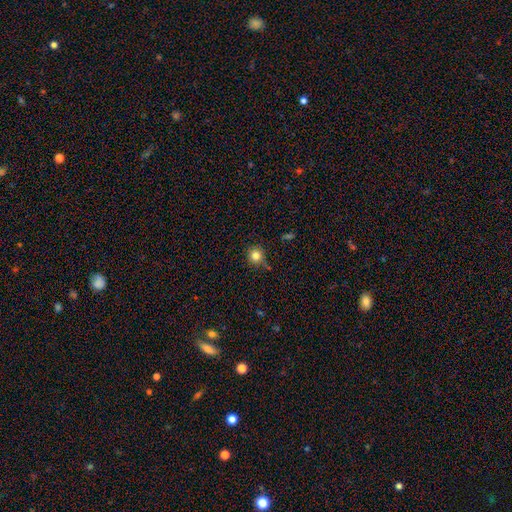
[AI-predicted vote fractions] This appears to be a smooth galaxy with no disk features (81%) that is round (92%). Merging: none (79%).